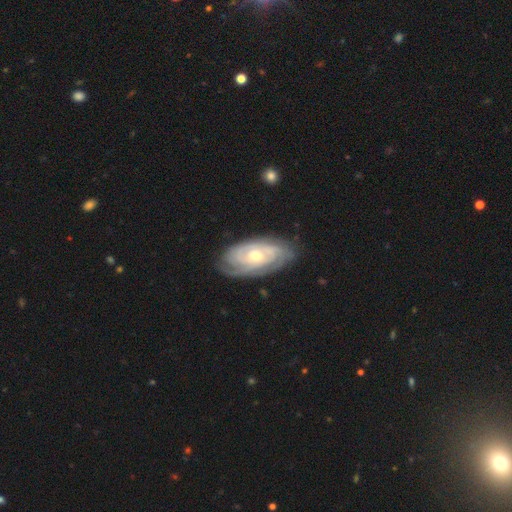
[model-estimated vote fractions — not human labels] Q: Smooth or featured?
A: featured or disk (86%); runner-up: smooth (10%)
Q: Edge-on disk?
A: no (95%); runner-up: yes (5%)
Q: Bar?
A: no (65%); runner-up: weak (28%)
Q: Spiral arms?
A: yes (96%); runner-up: no (4%)
Q: Spiral winding?
A: tight (78%); runner-up: medium (19%)
Q: Spiral arm count?
A: can't tell (31%); runner-up: 2 (27%)
Q: Bulge size?
A: moderate (52%); runner-up: small (44%)
Q: Merging?
A: none (79%); runner-up: minor disturbance (16%)